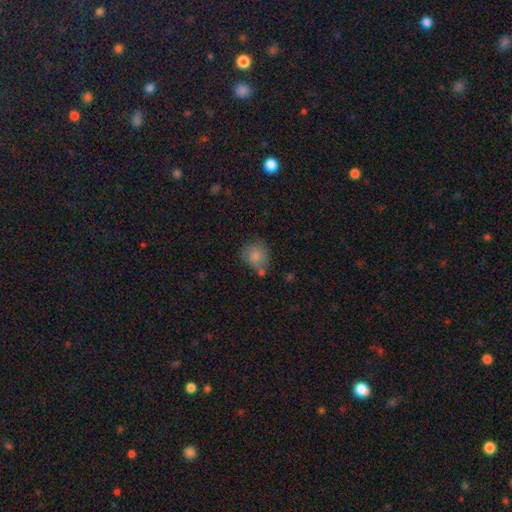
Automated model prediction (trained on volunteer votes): Overall: smooth (81%). How rounded: round (74%). Merging: none (59%; minor disturbance 21%).